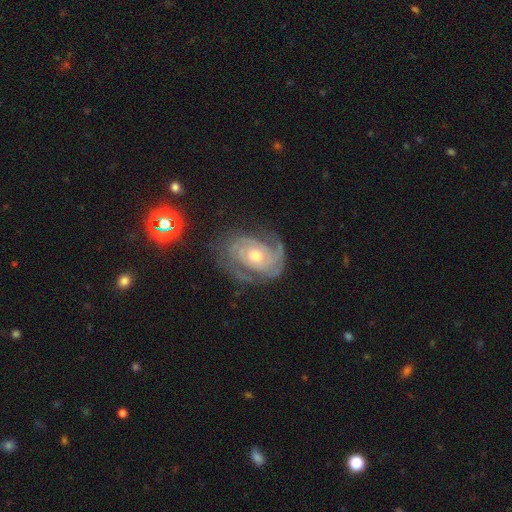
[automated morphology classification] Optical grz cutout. It shows a featured or disk galaxy (89%) with no bar (75%), 2 (47%) tight (65%) spiral arms (97%) and a moderate central bulge (64%). Merging: none (68%).